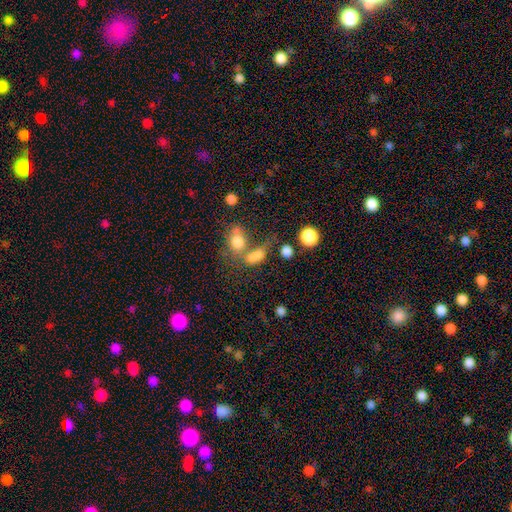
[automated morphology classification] A smooth galaxy with no disk features (70%) that is in between round and cigar-shaped (66%).

Vote fractions:
- Smooth or featured? smooth: 70% / featured or disk: 15% / star or artifact: 15%
- How rounded? in between: 66% / round: 28% / cigar-shaped: 6%
- Merging? merger: 52% / none: 25% / major disturbance: 12% / minor disturbance: 10%